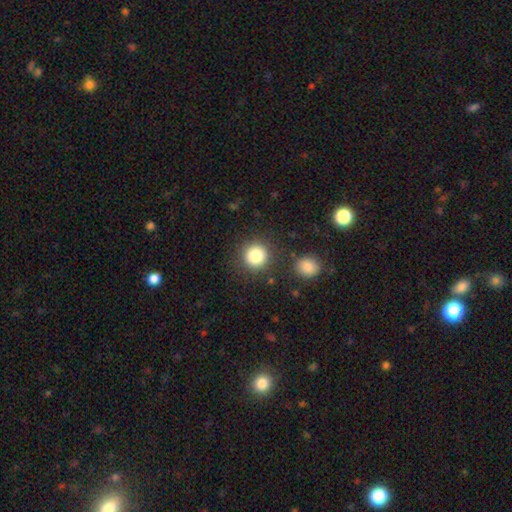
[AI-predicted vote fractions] smooth_or_featured: smooth (p=0.83) [alt: star or artifact p=0.11]
how_rounded: round (p=0.94) [alt: in between p=0.06]
merging: none (p=0.85) [alt: minor disturbance p=0.08]